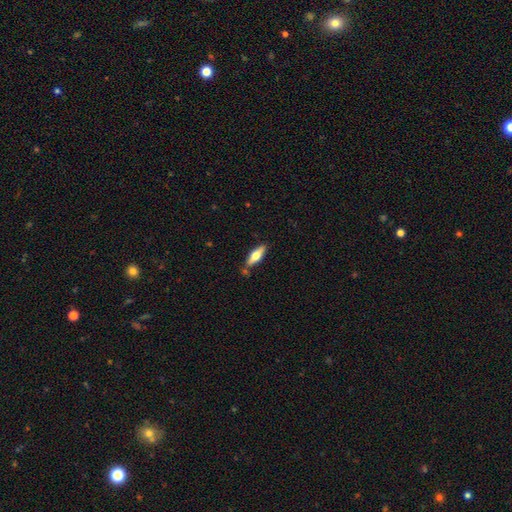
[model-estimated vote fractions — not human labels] This appears to be a smooth galaxy with no disk features (52%) that is in between round and cigar-shaped (50%). Merging: none (77%).